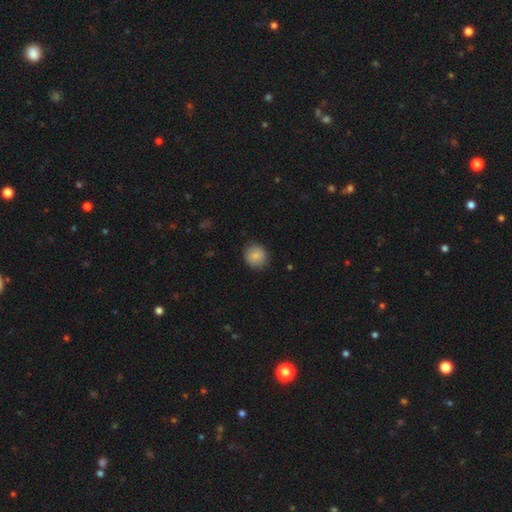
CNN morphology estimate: The model was most divided on "how rounded": round: 84%, in between: 16%, cigar-shaped: 1%. More confident: merging — none (86%); smooth or featured — smooth (85%).